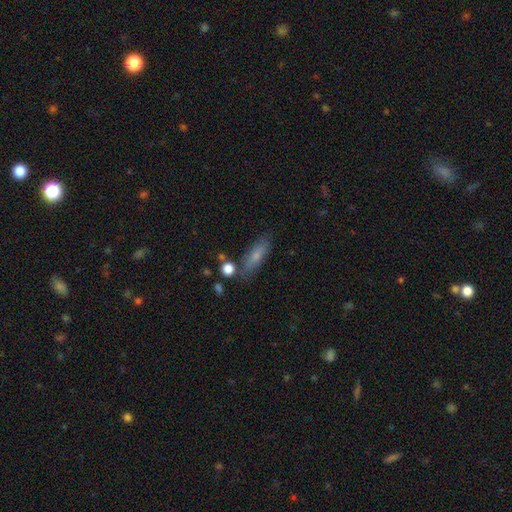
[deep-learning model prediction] Smooth or featured?
  - smooth: 70% *
  - featured or disk: 21%
  - star or artifact: 9%
How rounded?
  - cigar-shaped: 51% *
  - in between: 46%
  - round: 4%
Merging?
  - none: 73% *
  - minor disturbance: 16%
  - merger: 7%
  - major disturbance: 5%